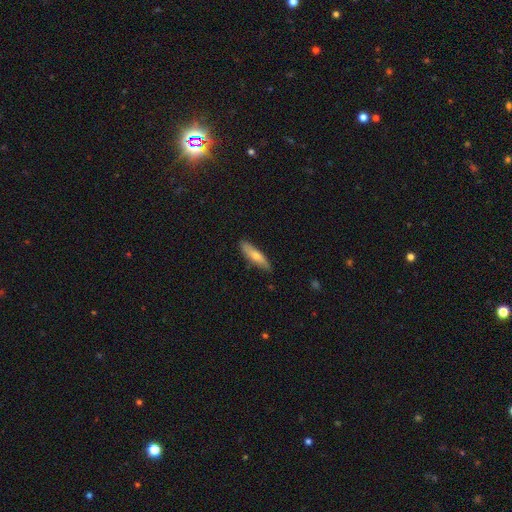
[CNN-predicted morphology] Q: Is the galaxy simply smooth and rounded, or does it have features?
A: smooth — 68%.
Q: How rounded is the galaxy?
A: cigar-shaped — 73%.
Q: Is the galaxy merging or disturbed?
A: none — 83%.